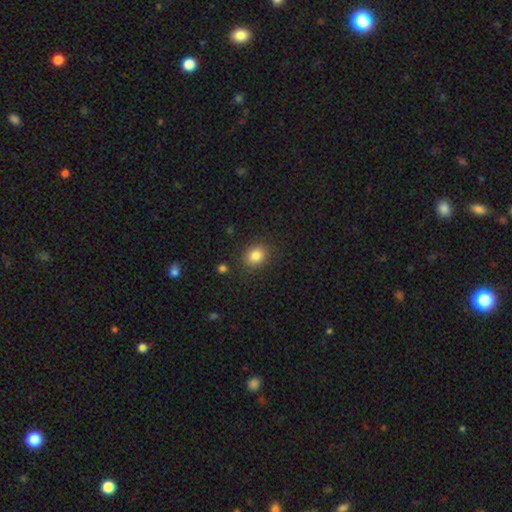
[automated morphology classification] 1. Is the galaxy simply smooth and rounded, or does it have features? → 83% smooth, 10% star or artifact, 6% featured or disk.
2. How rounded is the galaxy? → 60% round, 40% in between, 1% cigar-shaped.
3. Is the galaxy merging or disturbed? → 86% none, 9% minor disturbance, 3% major disturbance, 2% merger.